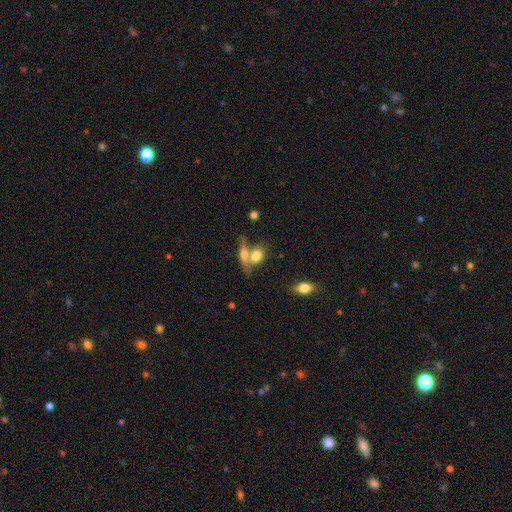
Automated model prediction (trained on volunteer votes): A smooth galaxy with no disk features (69%) that is in between round and cigar-shaped (58%). Merging: merger (44%).